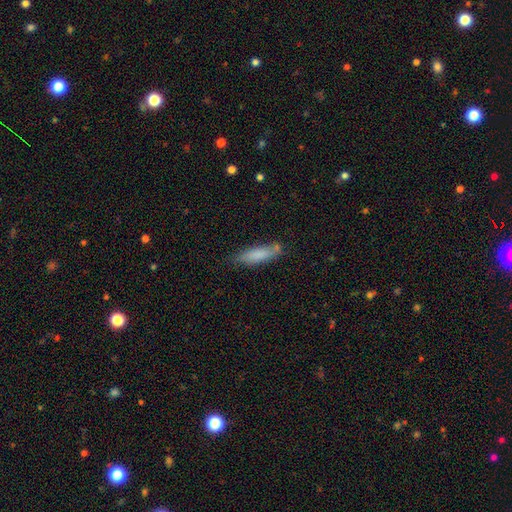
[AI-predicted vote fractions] smooth_or_featured: smooth (p=0.80) [alt: featured or disk p=0.13]
how_rounded: cigar-shaped (p=0.66) [alt: in between p=0.33]
merging: none (p=0.73) [alt: minor disturbance p=0.19]